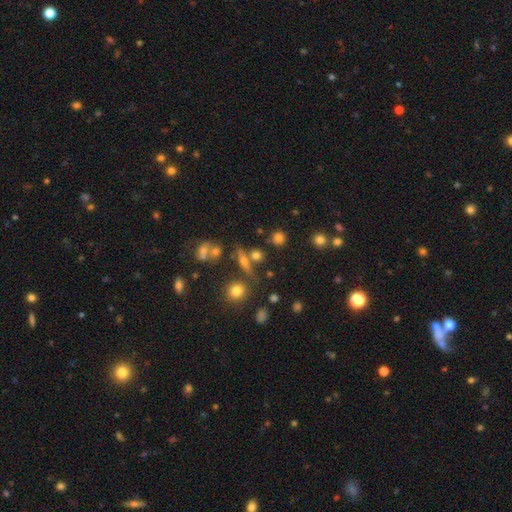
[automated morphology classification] smooth 51%, featured or disk 28%, star or artifact 21%. Down the decision tree: how rounded — round (58%); merging — none (67%).